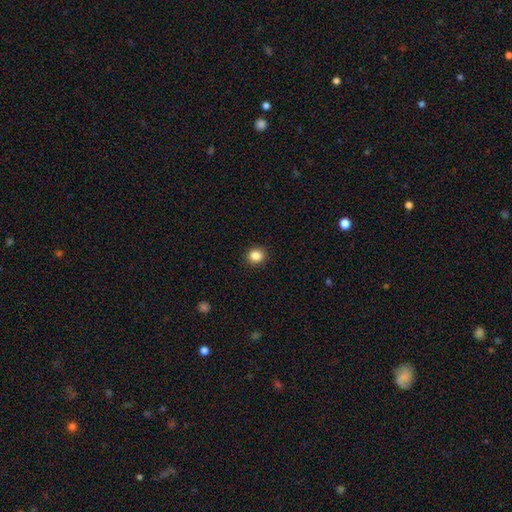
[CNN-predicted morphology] Smooth or featured? smooth (86%)
How rounded? round (83%)
Merging? none (91%)